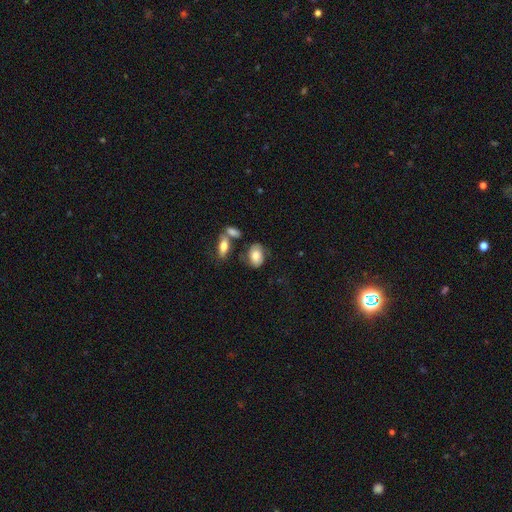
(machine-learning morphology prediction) This is likely a smooth galaxy (71%). How rounded: likely in between (79%). Merging: possibly none (53%).